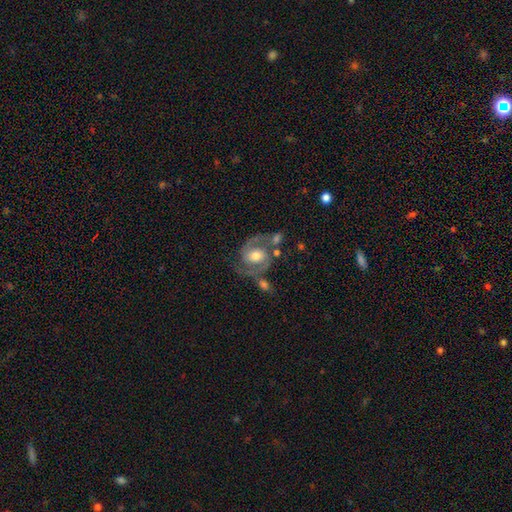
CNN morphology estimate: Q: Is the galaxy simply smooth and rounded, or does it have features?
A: featured or disk — 87%.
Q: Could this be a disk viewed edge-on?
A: no — 98%.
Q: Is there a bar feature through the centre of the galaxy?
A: no — 51%.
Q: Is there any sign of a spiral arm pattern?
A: yes — 96%.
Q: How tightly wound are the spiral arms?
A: medium — 58%.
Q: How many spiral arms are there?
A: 2 — 92%.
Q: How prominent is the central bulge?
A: moderate — 70%.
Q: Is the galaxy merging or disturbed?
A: none — 63%.